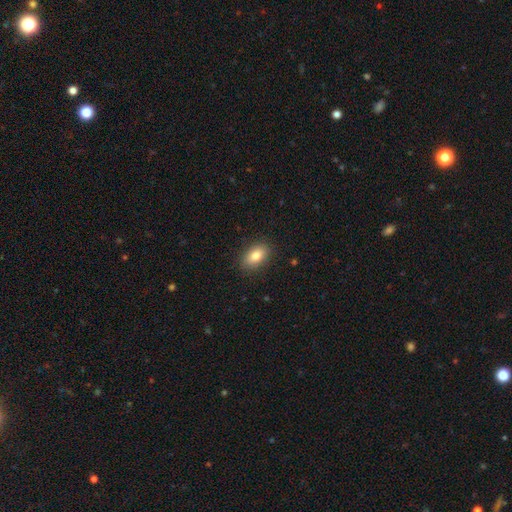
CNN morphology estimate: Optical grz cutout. It shows a smooth galaxy with no disk features (82%) that is in between round and cigar-shaped (88%). Merging: none (88%).